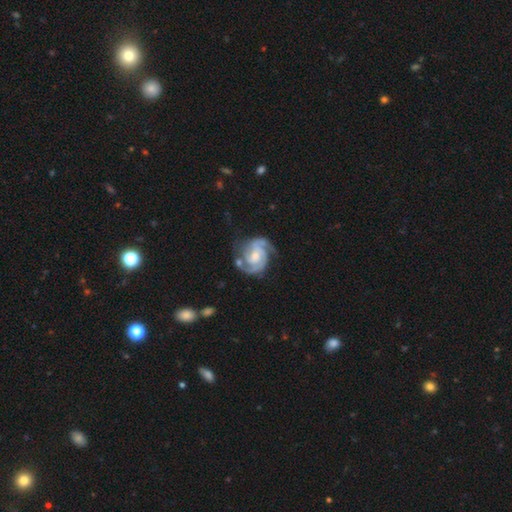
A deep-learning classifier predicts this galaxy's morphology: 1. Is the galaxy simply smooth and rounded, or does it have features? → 92% featured or disk, 4% smooth, 4% star or artifact.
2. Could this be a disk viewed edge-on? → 98% no, 2% yes.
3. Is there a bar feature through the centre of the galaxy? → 55% no, 36% weak, 10% strong.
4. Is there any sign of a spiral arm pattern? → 98% yes, 2% no.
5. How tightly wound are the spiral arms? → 56% tight, 39% medium, 5% loose.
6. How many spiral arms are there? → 69% 2, 20% 3, 4% can't tell, 3% 4, 2% 1, 2% more than 4.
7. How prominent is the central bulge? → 51% moderate, 36% small, 6% none, 5% large, 1% dominant.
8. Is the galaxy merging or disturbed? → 69% none, 19% minor disturbance, 8% major disturbance, 4% merger.